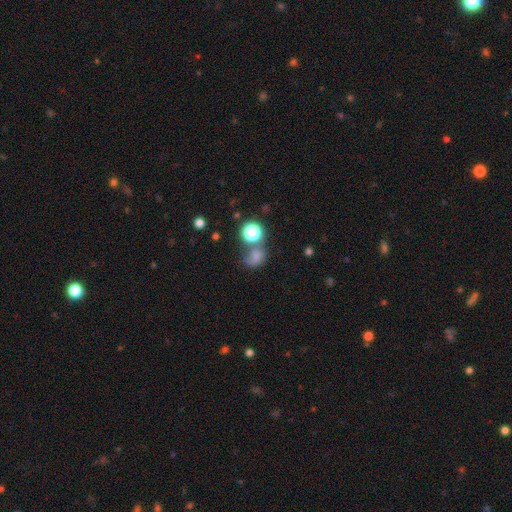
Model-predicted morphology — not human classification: smooth-or-featured: smooth: 64% | star or artifact: 22% | featured or disk: 14%
  how-rounded: round: 62% | in between: 37% | cigar-shaped: 1%
  merging: none: 37% | merger: 25% | minor disturbance: 19% | major disturbance: 19%